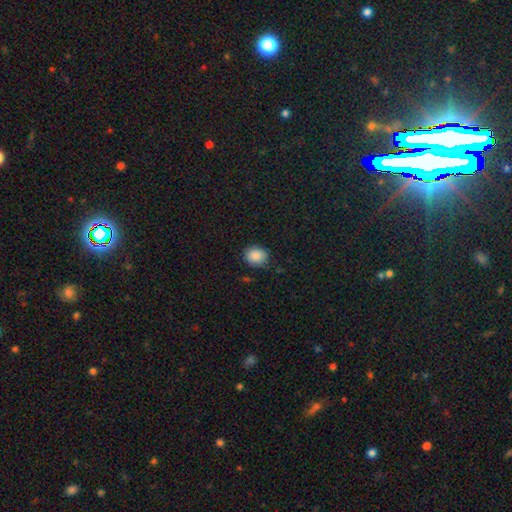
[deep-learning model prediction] Morphology: type=smooth (88%); roundness=round (59%); merging=none (83%).